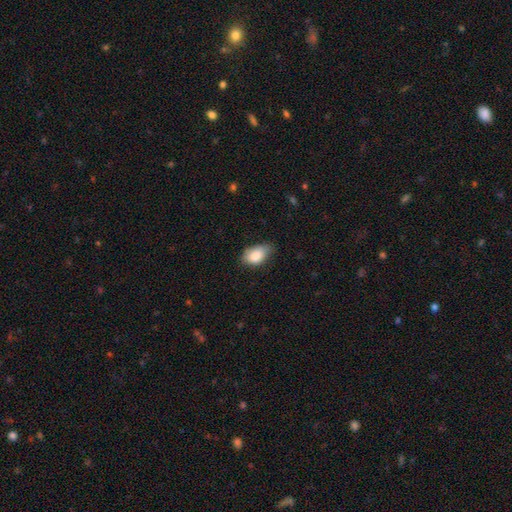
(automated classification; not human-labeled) Smooth or featured: smooth — 85% (featured or disk — 8%)
How rounded: in between — 91% (round — 8%)
Merging: none — 58% (minor disturbance — 35%)